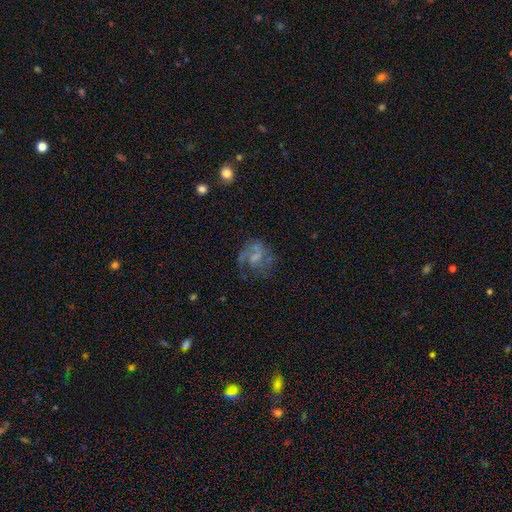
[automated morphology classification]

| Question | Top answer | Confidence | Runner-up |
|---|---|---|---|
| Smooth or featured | featured or disk | 57% | smooth (31%) |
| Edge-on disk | no | 98% | yes (2%) |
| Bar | no | 53% | weak (38%) |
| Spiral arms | yes | 66% | no (34%) |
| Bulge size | none | 51% | small (22%) |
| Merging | none | 39% | major disturbance (38%) |